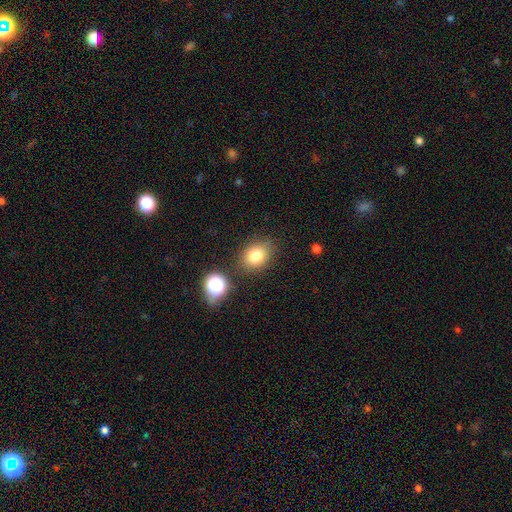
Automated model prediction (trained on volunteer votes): The model was most divided on "how rounded": in between: 53%, round: 46%, cigar-shaped: 1%. More confident: smooth or featured — smooth (79%); merging — none (79%).